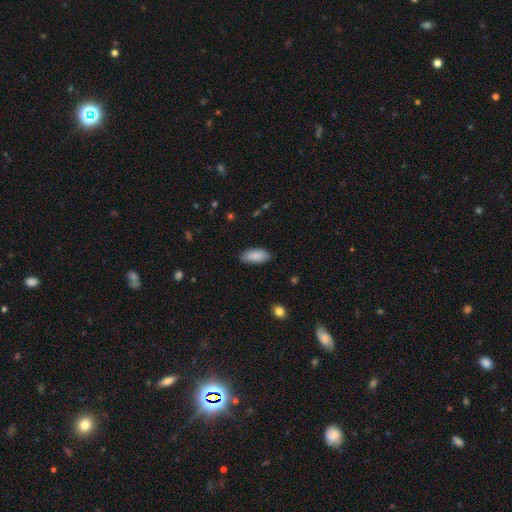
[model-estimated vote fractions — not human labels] This is clearly a smooth galaxy (88%). How rounded: clearly in between (89%). Merging: clearly none (84%).